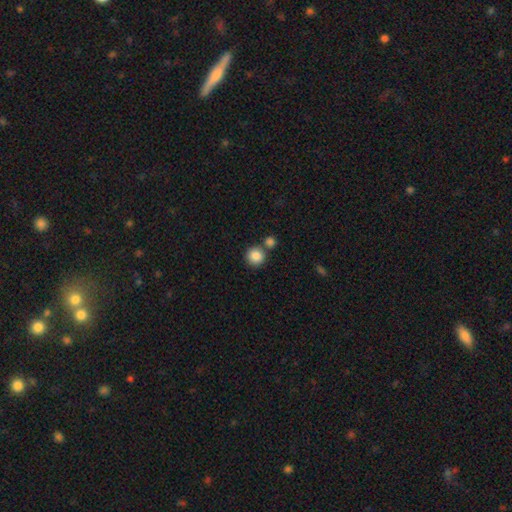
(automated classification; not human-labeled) Morphology: type=smooth (86%); roundness=round (92%); merging=none (70%).